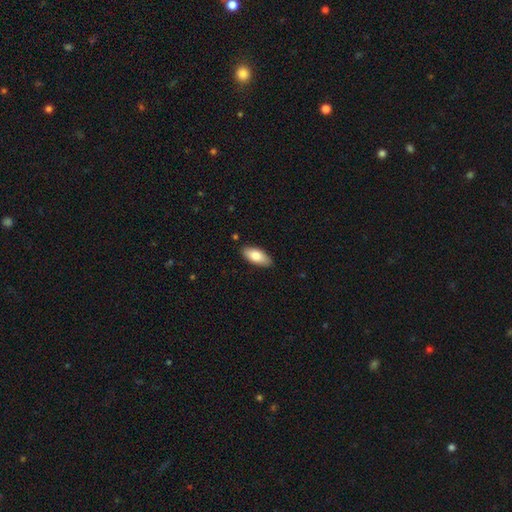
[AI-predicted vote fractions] Smooth or featured: smooth — 81% (featured or disk — 13%)
How rounded: in between — 87% (cigar-shaped — 11%)
Merging: none — 87% (minor disturbance — 10%)